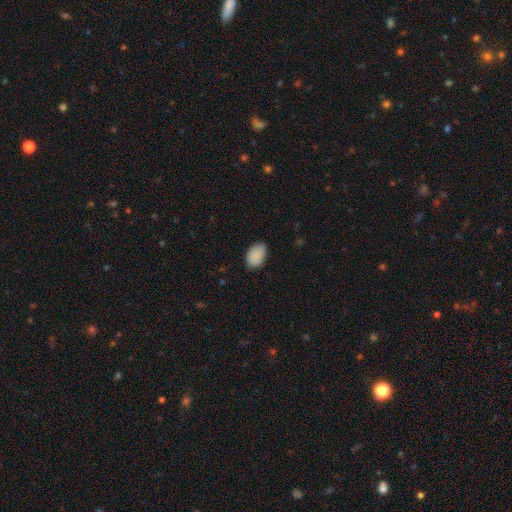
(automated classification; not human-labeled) A smooth galaxy with no disk features (89%) that is in between round and cigar-shaped (88%).

Vote fractions:
- Smooth or featured? smooth: 89% / star or artifact: 7% / featured or disk: 4%
- How rounded? in between: 88% / round: 11% / cigar-shaped: 1%
- Merging? none: 80% / minor disturbance: 16% / major disturbance: 3% / merger: 1%